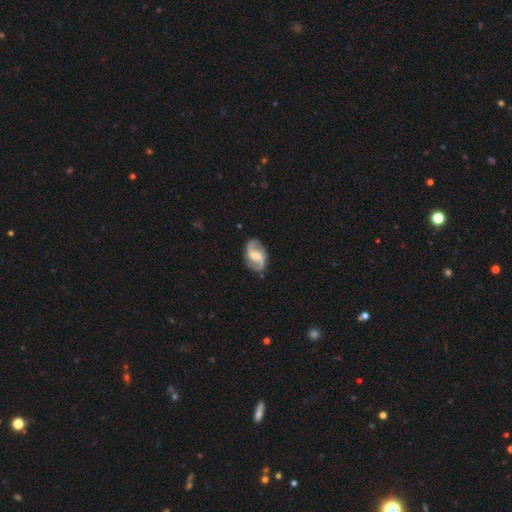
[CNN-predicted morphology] Smooth or featured? featured or disk (86%)
Edge-on disk? no (98%)
Bar? weak (50%)
Spiral arms? yes (96%)
Spiral winding? loose (46%)
Spiral arm count? 2 (93%)
Bulge size? moderate (48%)
Merging? none (84%)